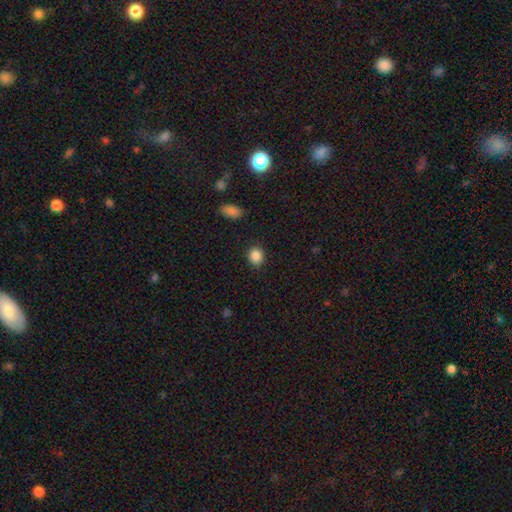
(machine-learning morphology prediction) smooth 87%, star or artifact 10%, featured or disk 3%. Down the decision tree: how rounded — round (74%); merging — none (88%).